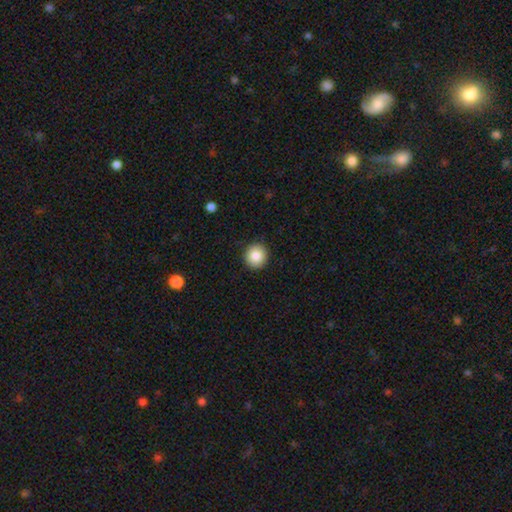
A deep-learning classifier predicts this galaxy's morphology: This appears to be a smooth galaxy with no disk features (86%) that is round (94%). Merging: none (92%).